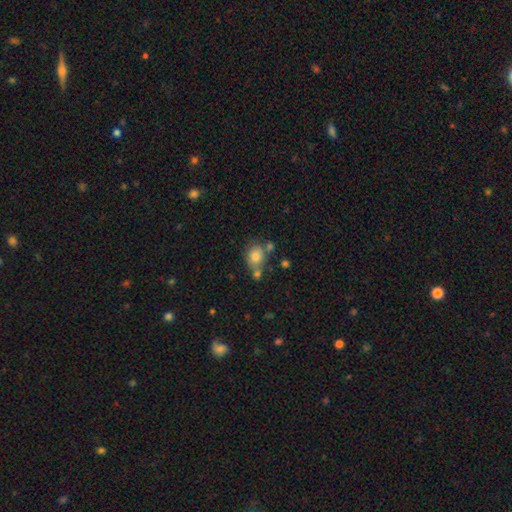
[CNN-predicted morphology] Overall: smooth (77%). How rounded: round (61%; in between 38%). Merging: none (54%; merger 25%).